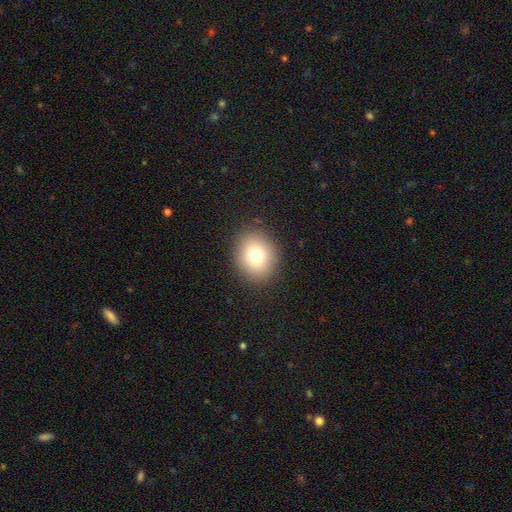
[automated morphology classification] Smooth or featured?
  - smooth: 77% *
  - star or artifact: 13%
  - featured or disk: 11%
How rounded?
  - round: 67% *
  - in between: 32%
  - cigar-shaped: 1%
Merging?
  - none: 88% *
  - minor disturbance: 8%
  - major disturbance: 3%
  - merger: 1%